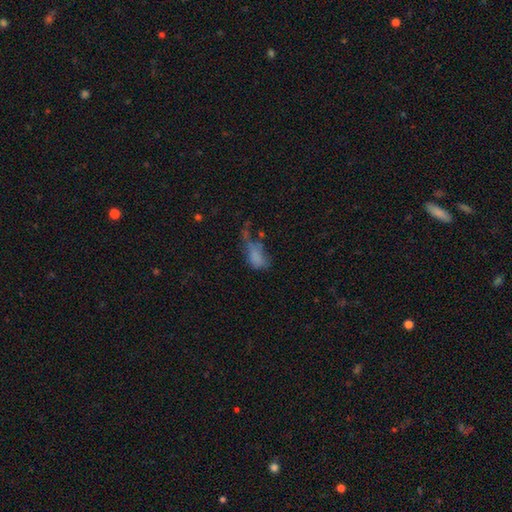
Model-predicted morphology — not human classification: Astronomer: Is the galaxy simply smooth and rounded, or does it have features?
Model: smooth — 66%.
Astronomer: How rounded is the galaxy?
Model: in between — 86%.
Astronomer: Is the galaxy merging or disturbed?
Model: major disturbance — 46%.